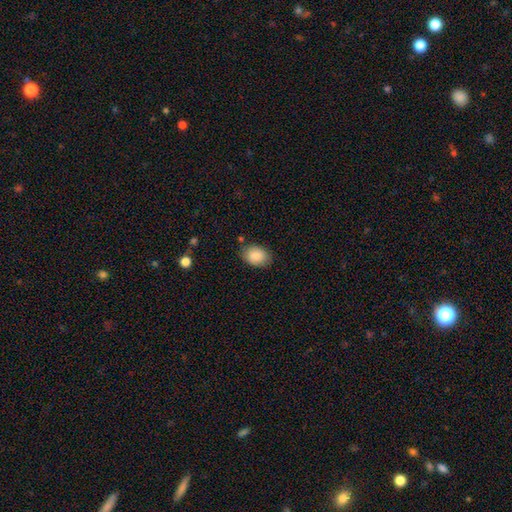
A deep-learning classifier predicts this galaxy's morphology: smooth 88%, star or artifact 7%, featured or disk 5%. Down the decision tree: how rounded — in between (74%); merging — none (79%).